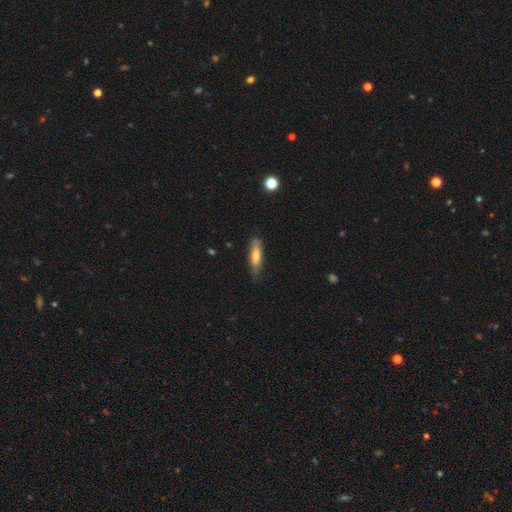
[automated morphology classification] smooth 65%, featured or disk 29%, star or artifact 7%. Down the decision tree: how rounded — cigar-shaped (70%); merging — none (81%).